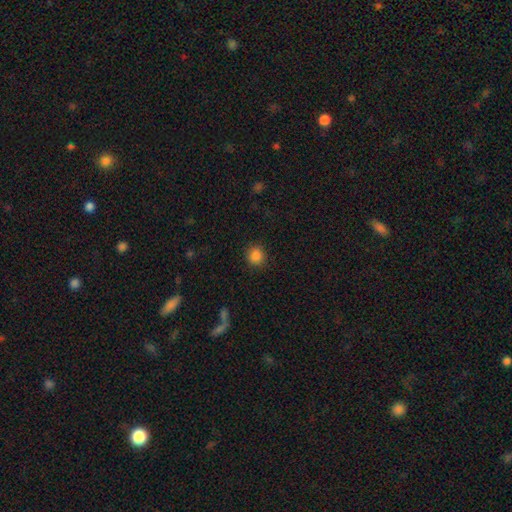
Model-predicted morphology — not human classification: Smooth or featured? Predicted: smooth (p=0.86). How rounded? Predicted: round (p=0.90). Merging? Predicted: none (p=0.90).